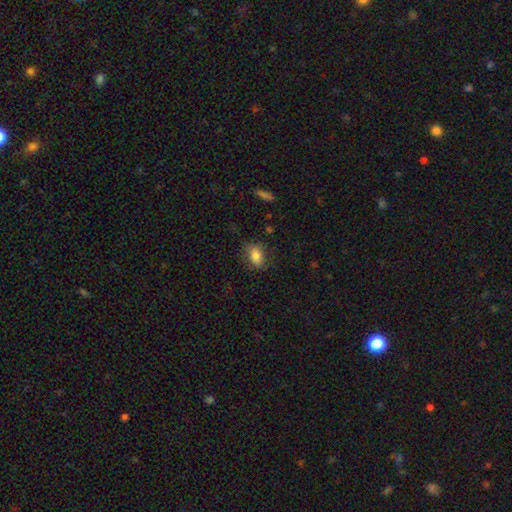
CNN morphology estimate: Smooth or featured? smooth (82%)
How rounded? in between (83%)
Merging? none (73%)